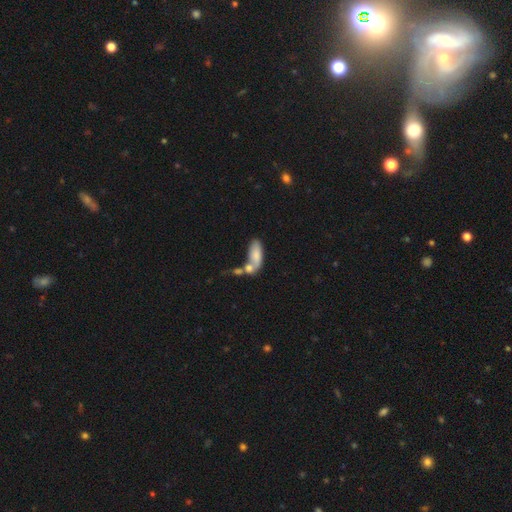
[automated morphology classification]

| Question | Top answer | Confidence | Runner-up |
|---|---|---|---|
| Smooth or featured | smooth | 73% | featured or disk (20%) |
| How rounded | in between | 78% | cigar-shaped (19%) |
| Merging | merger | 52% | none (24%) |